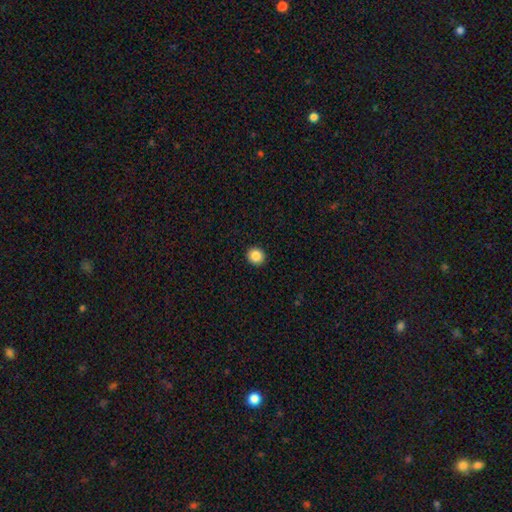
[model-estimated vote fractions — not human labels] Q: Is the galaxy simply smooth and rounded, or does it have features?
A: smooth — 87%.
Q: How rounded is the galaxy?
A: round — 88%.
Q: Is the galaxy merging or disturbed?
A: none — 93%.